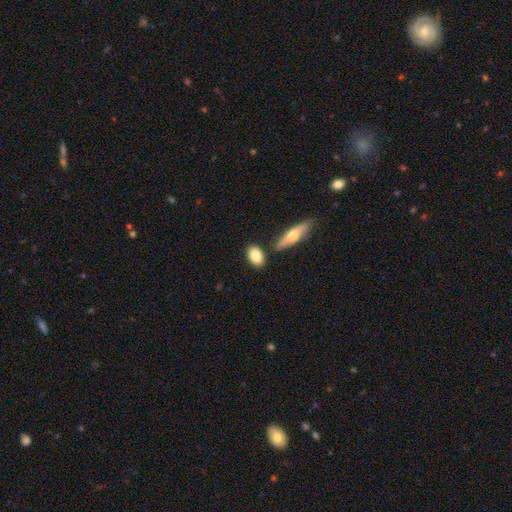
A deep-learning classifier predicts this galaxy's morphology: This is clearly a smooth galaxy (84%). How rounded: clearly in between (86%). Merging: likely none (77%).